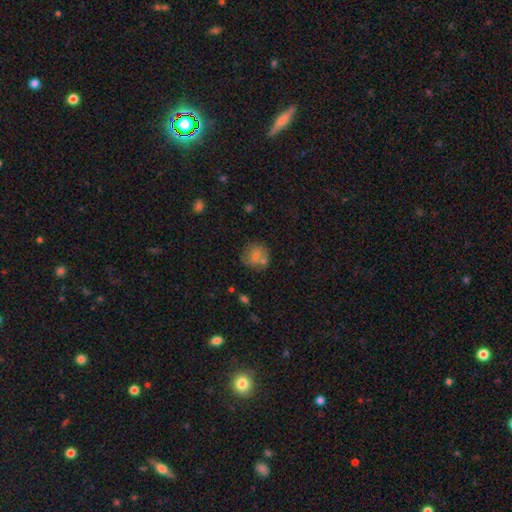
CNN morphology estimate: This is likely a smooth galaxy (64%). How rounded: clearly round (84%). Merging: likely none (66%).